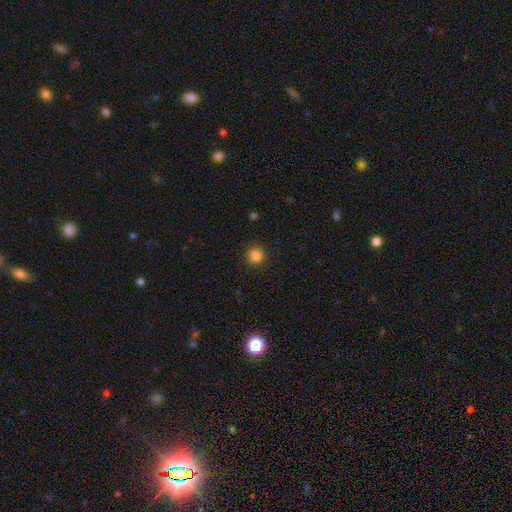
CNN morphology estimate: smooth_or_featured: smooth (p=0.85) [alt: star or artifact p=0.12]
how_rounded: round (p=0.94) [alt: in between p=0.05]
merging: none (p=0.91) [alt: minor disturbance p=0.06]